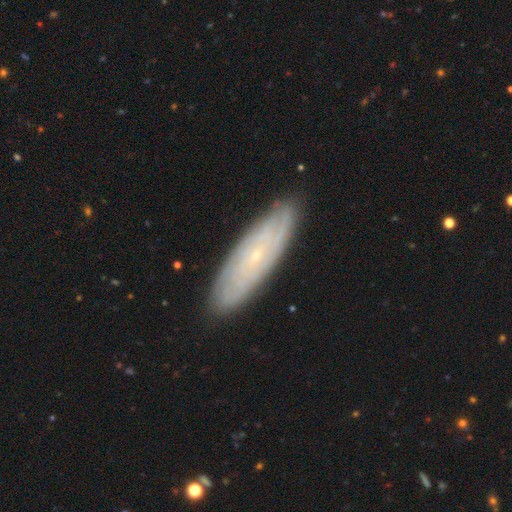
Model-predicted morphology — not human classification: featured or disk 67%, smooth 26%, star or artifact 7%. Down the decision tree: edge-on disk — no (77%); bar — no (81%); spiral arms — yes (81%); bulge size — small (88%); merging — none (87%).